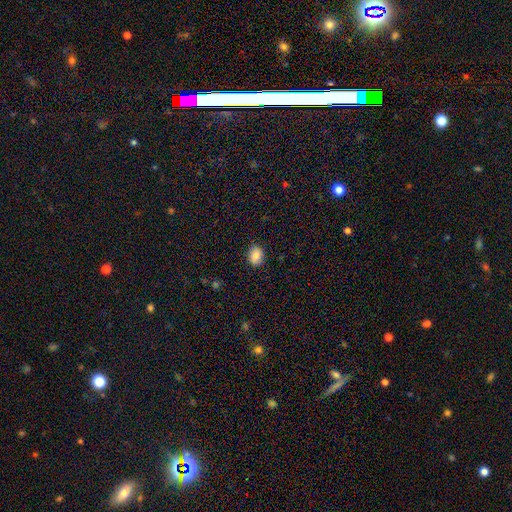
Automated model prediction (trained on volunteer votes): smooth_or_featured: smooth (p=0.87) [alt: star or artifact p=0.08]
how_rounded: in between (p=0.58) [alt: round p=0.42]
merging: none (p=0.86) [alt: minor disturbance p=0.10]